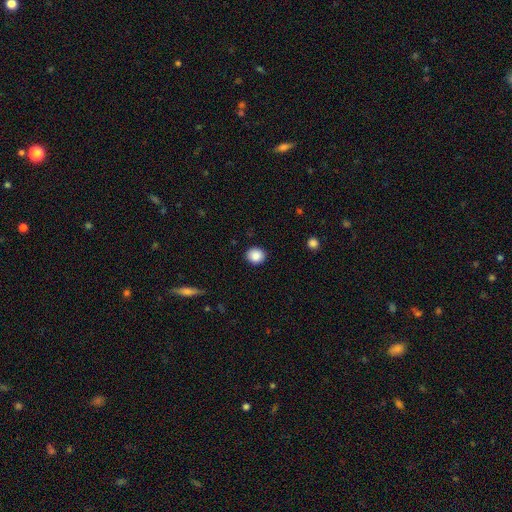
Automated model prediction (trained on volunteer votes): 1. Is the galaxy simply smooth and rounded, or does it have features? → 88% smooth, 9% star or artifact, 3% featured or disk.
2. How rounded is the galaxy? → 81% round, 18% in between, 1% cigar-shaped.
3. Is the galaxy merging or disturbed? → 91% none, 6% minor disturbance, 2% major disturbance, 1% merger.